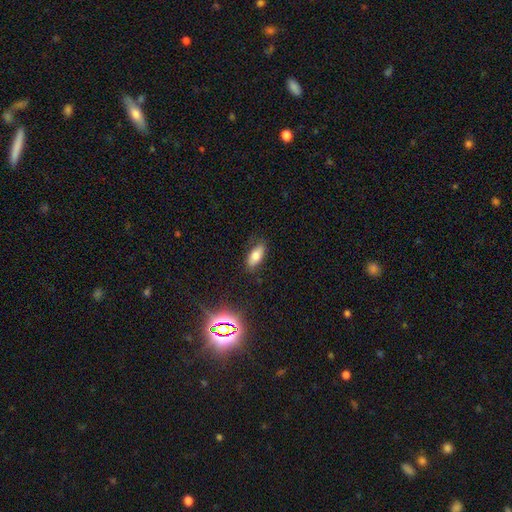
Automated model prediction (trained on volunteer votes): A smooth galaxy with no disk features (76%) that is in between round and cigar-shaped (82%). Merging: none (82%).